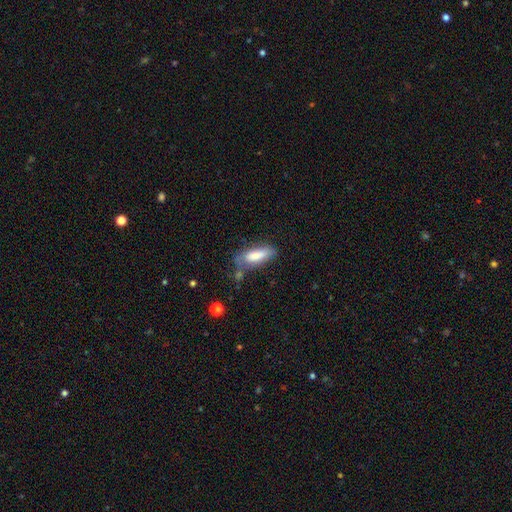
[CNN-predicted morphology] Smooth or featured?
  - smooth: 76% *
  - featured or disk: 17%
  - star or artifact: 7%
How rounded?
  - in between: 56% *
  - cigar-shaped: 42%
  - round: 2%
Merging?
  - none: 53% *
  - minor disturbance: 28%
  - major disturbance: 10%
  - merger: 9%